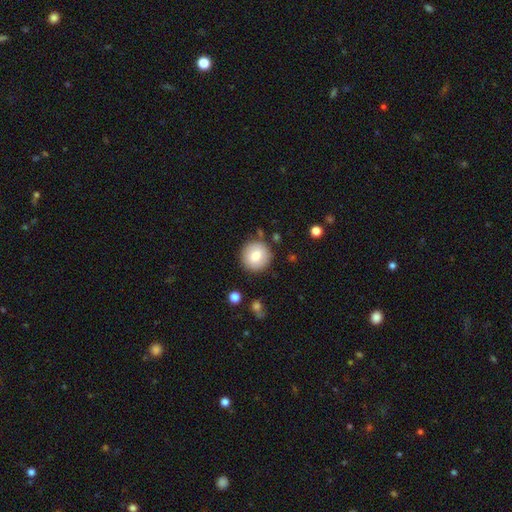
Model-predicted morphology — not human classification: Smooth or featured?
  - smooth: 79% *
  - featured or disk: 13%
  - star or artifact: 8%
How rounded?
  - round: 95% *
  - in between: 4%
  - cigar-shaped: 1%
Merging?
  - none: 86% *
  - minor disturbance: 8%
  - merger: 3%
  - major disturbance: 2%